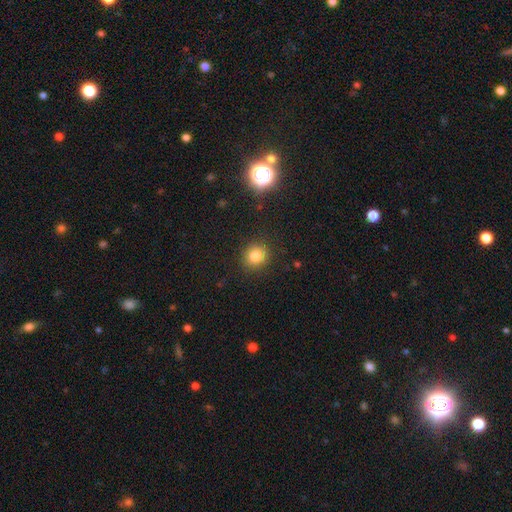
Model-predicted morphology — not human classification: Smooth or featured: smooth — 81% (star or artifact — 13%)
How rounded: round — 84% (in between — 15%)
Merging: none — 89% (minor disturbance — 7%)